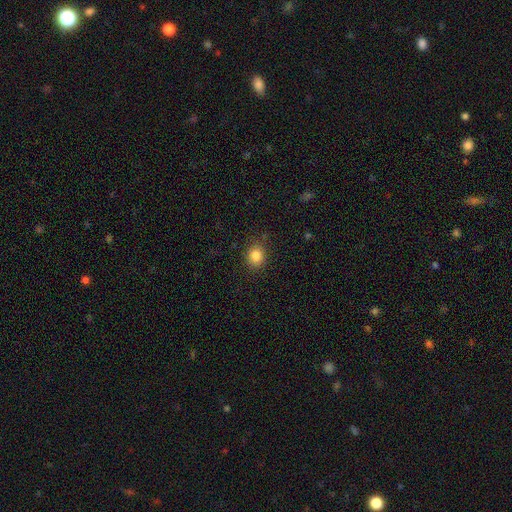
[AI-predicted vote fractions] This appears to be a smooth galaxy with no disk features (84%) that is round (72%). Merging: none (85%).